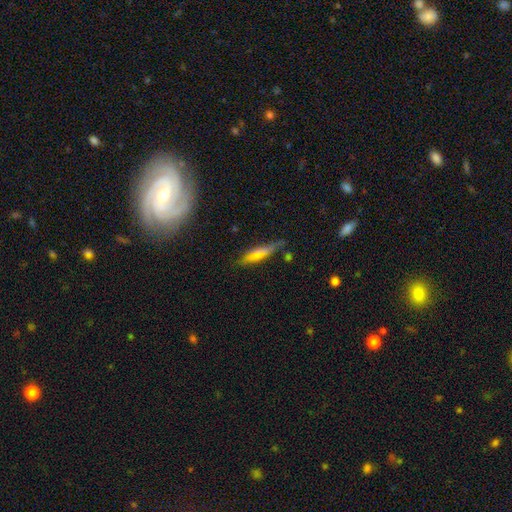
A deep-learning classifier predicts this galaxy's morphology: A smooth galaxy with no disk features (58%) that is cigar-shaped (64%).

Vote fractions:
- Smooth or featured? smooth: 58% / featured or disk: 25% / star or artifact: 17%
- How rounded? cigar-shaped: 64% / in between: 31% / round: 5%
- Merging? none: 75% / minor disturbance: 17% / major disturbance: 5% / merger: 4%